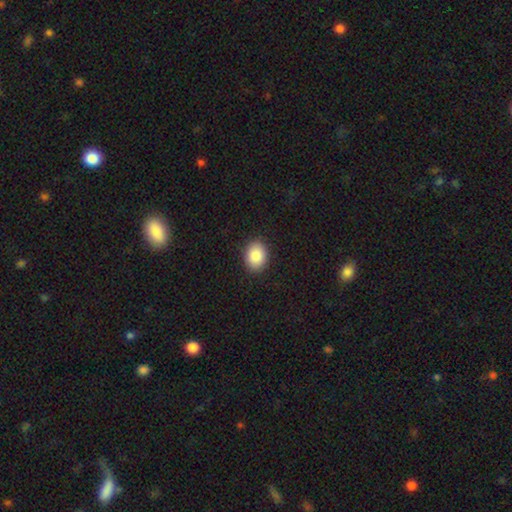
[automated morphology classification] Smooth or featured: smooth — 89% (star or artifact — 7%)
How rounded: in between — 63% (round — 36%)
Merging: none — 90% (minor disturbance — 8%)